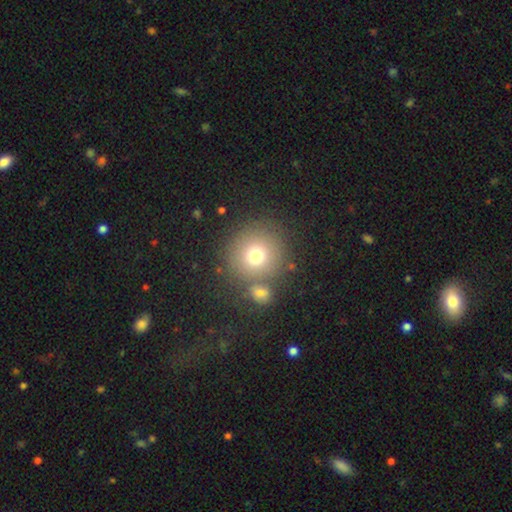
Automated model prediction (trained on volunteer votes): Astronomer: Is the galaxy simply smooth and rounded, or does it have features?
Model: smooth — 73%.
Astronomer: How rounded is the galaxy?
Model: round — 92%.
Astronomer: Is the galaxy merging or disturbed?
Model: none — 71%.